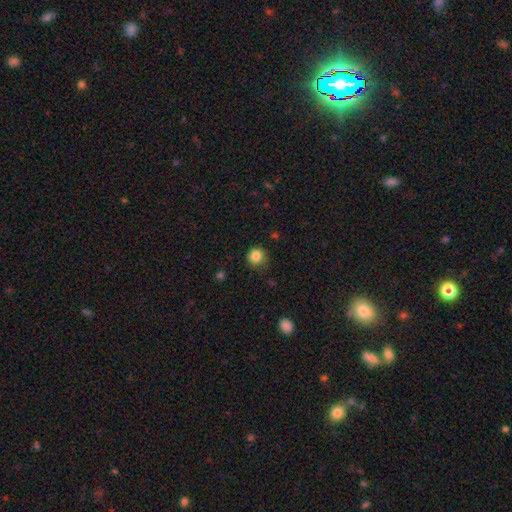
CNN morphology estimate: Smooth or featured: smooth — 84% (star or artifact — 11%)
How rounded: round — 90% (in between — 9%)
Merging: none — 76% (minor disturbance — 19%)